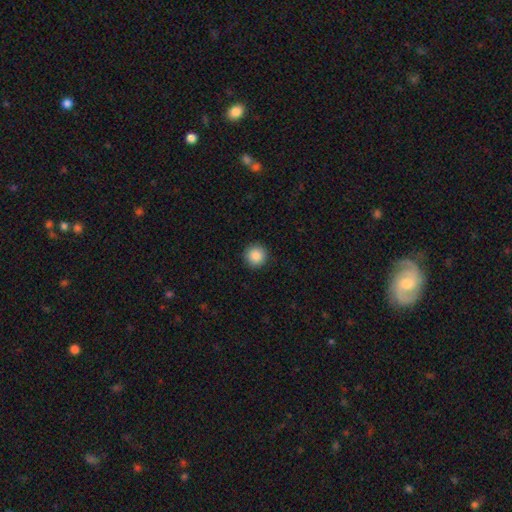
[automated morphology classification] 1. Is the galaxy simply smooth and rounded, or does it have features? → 87% smooth, 9% star or artifact, 4% featured or disk.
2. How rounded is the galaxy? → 95% round, 4% in between, 1% cigar-shaped.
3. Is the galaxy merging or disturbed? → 93% none, 5% minor disturbance, 2% major disturbance, 1% merger.